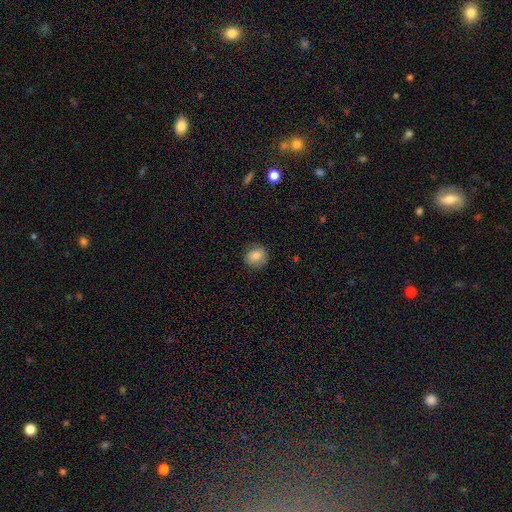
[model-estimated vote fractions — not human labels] smooth-or-featured: smooth: 81% | featured or disk: 10% | star or artifact: 9%
  how-rounded: round: 83% | in between: 16% | cigar-shaped: 1%
  merging: none: 86% | minor disturbance: 11% | major disturbance: 3% | merger: 1%